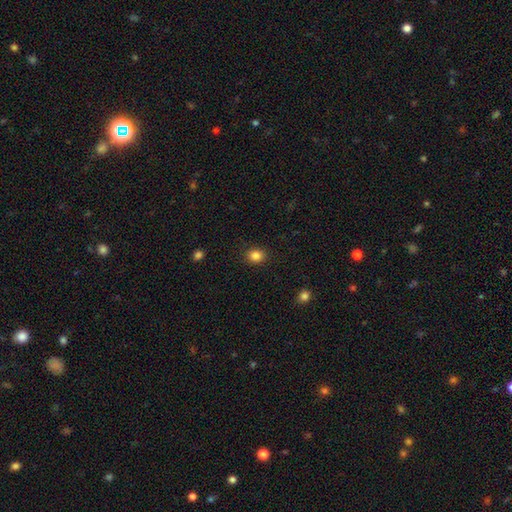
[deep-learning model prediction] Smooth or featured? smooth (85%)
How rounded? round (71%)
Merging? none (90%)